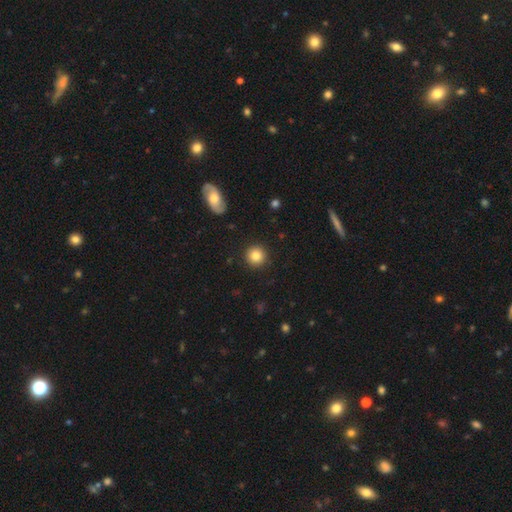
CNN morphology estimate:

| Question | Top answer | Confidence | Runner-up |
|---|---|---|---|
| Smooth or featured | smooth | 85% | star or artifact (9%) |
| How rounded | round | 94% | in between (5%) |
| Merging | none | 91% | minor disturbance (5%) |